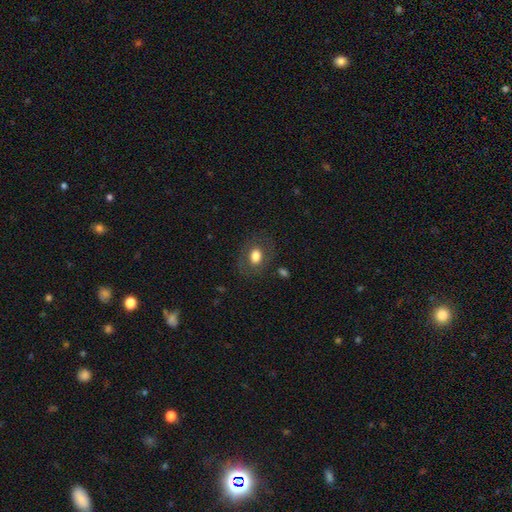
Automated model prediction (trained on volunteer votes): Smooth or featured? smooth (72%)
How rounded? in between (65%)
Merging? none (80%)